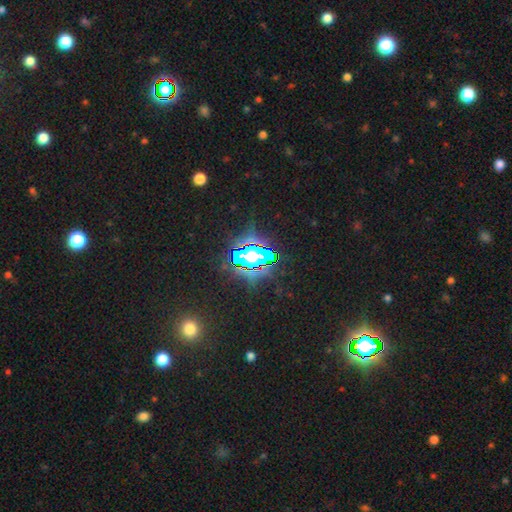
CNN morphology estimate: type=star or artifact (81%).